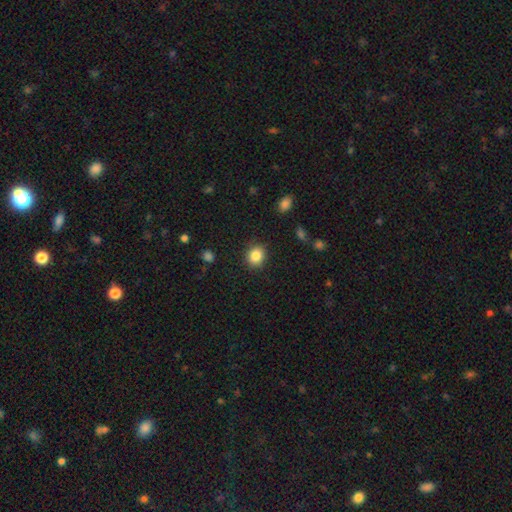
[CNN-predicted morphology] Smooth or featured? Predicted: smooth (p=0.85). How rounded? Predicted: round (p=0.67). Merging? Predicted: none (p=0.87).